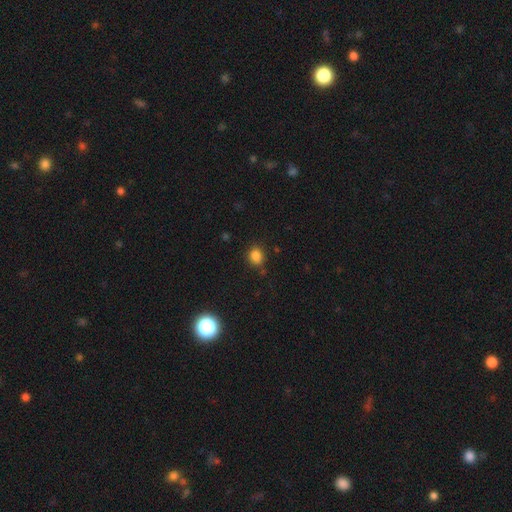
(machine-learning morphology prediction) This is clearly a smooth galaxy (82%). How rounded: likely round (65%). Merging: likely none (78%).